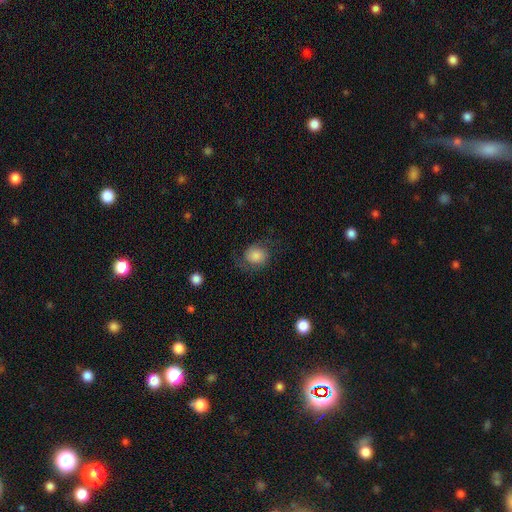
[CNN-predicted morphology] Smooth or featured? smooth (64%)
How rounded? round (63%)
Merging? none (64%)